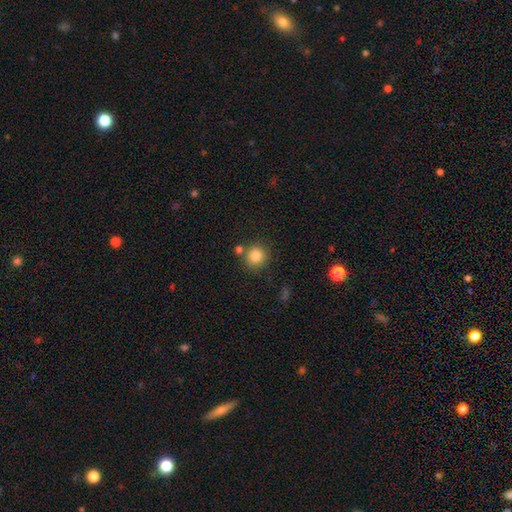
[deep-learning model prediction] The model was most divided on "merging": none: 77%, merger: 11%, minor disturbance: 9%, major disturbance: 3%. More confident: how rounded — round (92%); smooth or featured — smooth (83%).